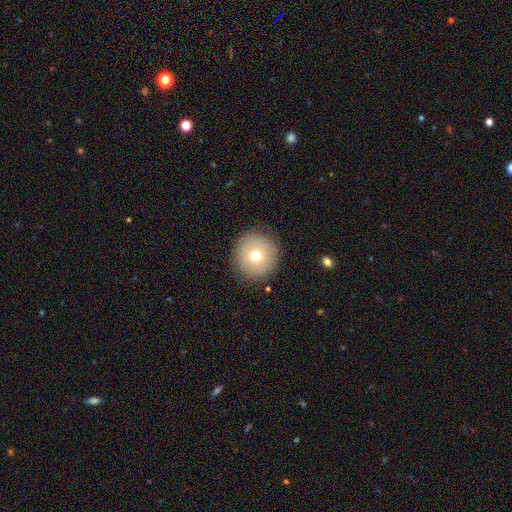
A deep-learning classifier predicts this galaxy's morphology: smooth_or_featured: smooth (p=0.71) [alt: featured or disk p=0.18]
how_rounded: round (p=0.95) [alt: in between p=0.04]
merging: none (p=0.89) [alt: minor disturbance p=0.07]